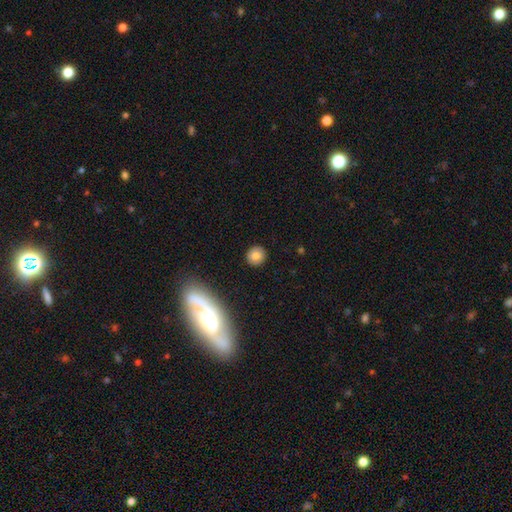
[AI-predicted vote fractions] smooth-or-featured: smooth: 78% | featured or disk: 12% | star or artifact: 10%
  how-rounded: round: 89% | in between: 10% | cigar-shaped: 1%
  merging: none: 90% | minor disturbance: 7% | major disturbance: 2% | merger: 1%